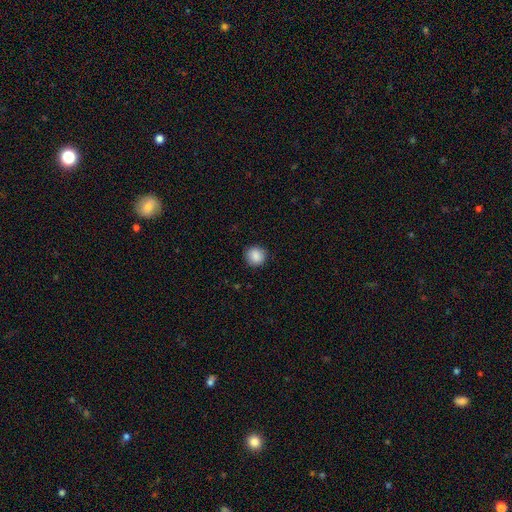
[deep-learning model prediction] This is clearly a smooth galaxy (88%). How rounded: clearly round (90%). Merging: clearly none (89%).